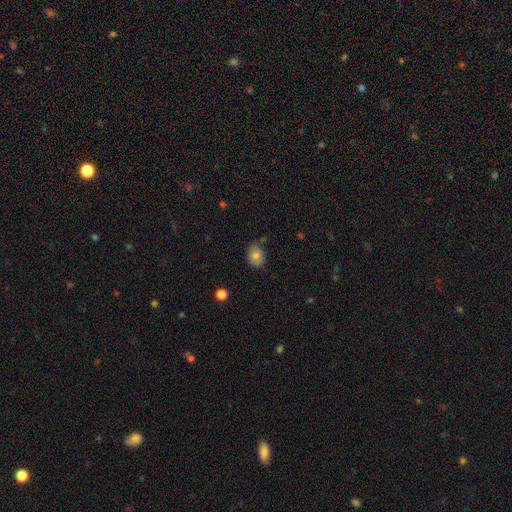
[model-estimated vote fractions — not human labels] Smooth or featured: smooth — 78% (featured or disk — 12%)
How rounded: round — 51% (in between — 48%)
Merging: none — 67% (minor disturbance — 24%)